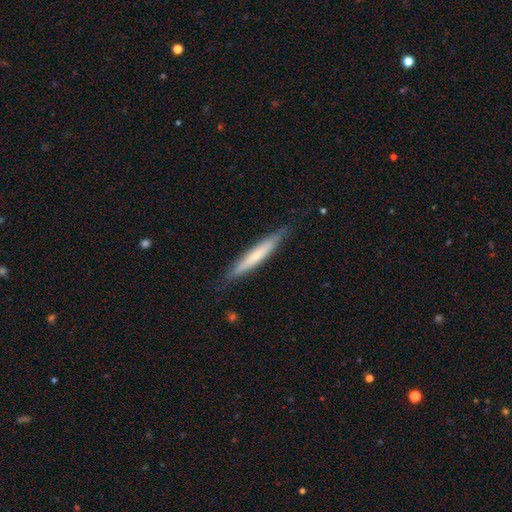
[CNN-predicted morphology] type=smooth (55%); roundness=cigar-shaped (95%); merging=none (85%).